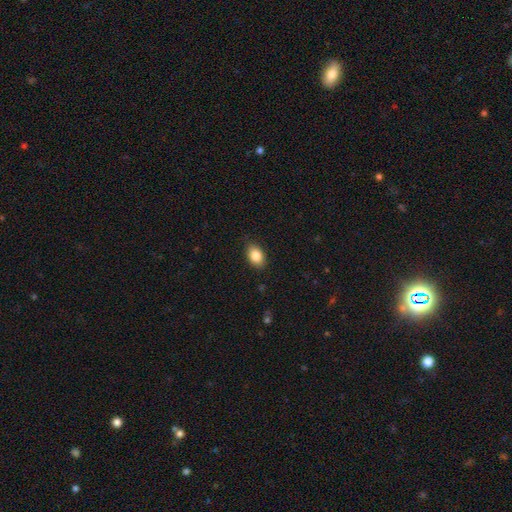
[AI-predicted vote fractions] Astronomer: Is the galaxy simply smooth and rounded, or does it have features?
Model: smooth — 85%.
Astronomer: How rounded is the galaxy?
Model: in between — 86%.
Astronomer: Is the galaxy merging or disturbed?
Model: none — 86%.